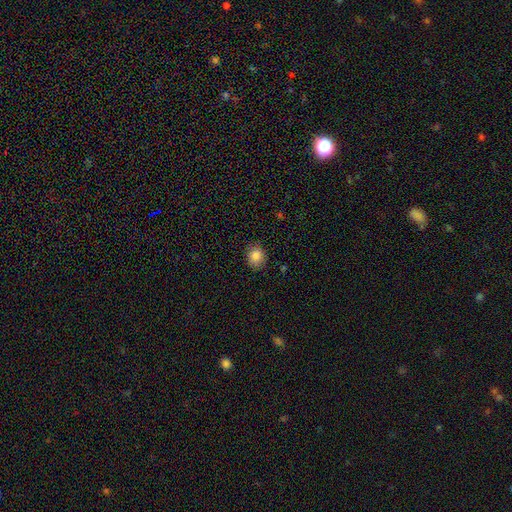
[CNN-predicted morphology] Smooth or featured? smooth (84%)
How rounded? round (71%)
Merging? none (86%)